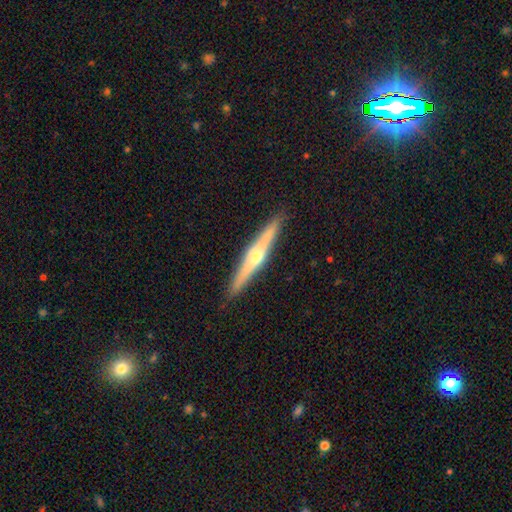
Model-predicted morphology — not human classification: Smooth or featured?
  - featured or disk: 73% *
  - smooth: 21%
  - star or artifact: 6%
Edge-on disk?
  - yes: 98% *
  - no: 2%
Edge-on bulge?
  - rounded: 91% *
  - none: 5%
  - boxy: 4%
Merging?
  - none: 92% *
  - minor disturbance: 6%
  - major disturbance: 1%
  - merger: 1%